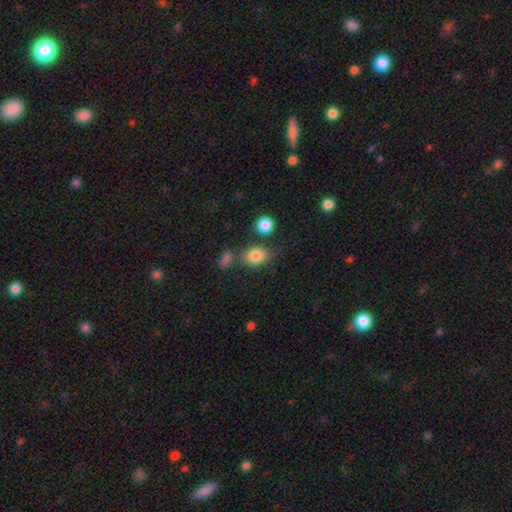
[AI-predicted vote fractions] Q: Smooth or featured?
A: smooth (83%); runner-up: star or artifact (10%)
Q: How rounded?
A: in between (58%); runner-up: round (40%)
Q: Merging?
A: none (59%); runner-up: minor disturbance (18%)